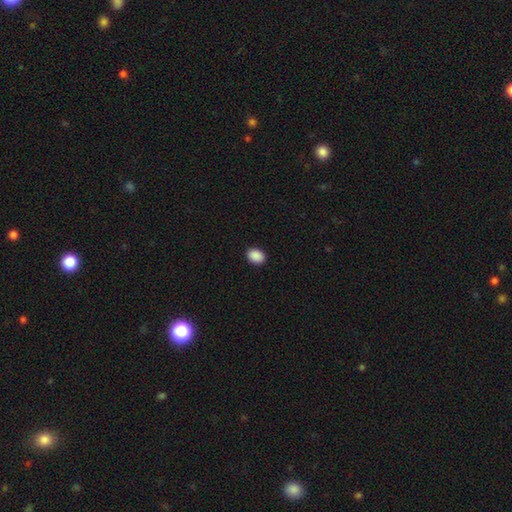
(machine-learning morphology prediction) This is clearly a smooth galaxy (90%). How rounded: likely in between (64%). Merging: clearly none (91%).